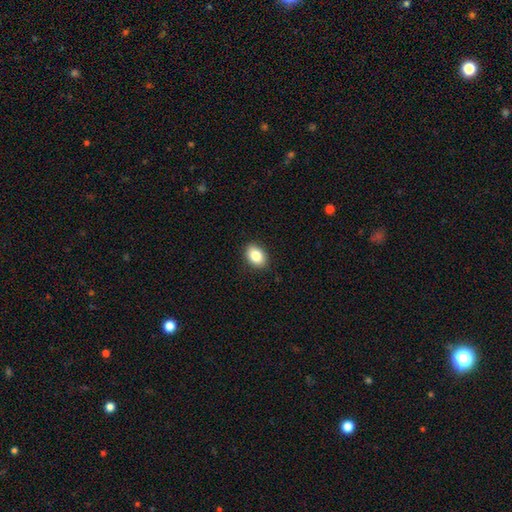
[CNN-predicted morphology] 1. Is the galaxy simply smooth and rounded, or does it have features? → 84% smooth, 8% star or artifact, 8% featured or disk.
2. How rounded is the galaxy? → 78% in between, 20% round, 1% cigar-shaped.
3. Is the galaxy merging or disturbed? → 89% none, 8% minor disturbance, 2% major disturbance, 1% merger.